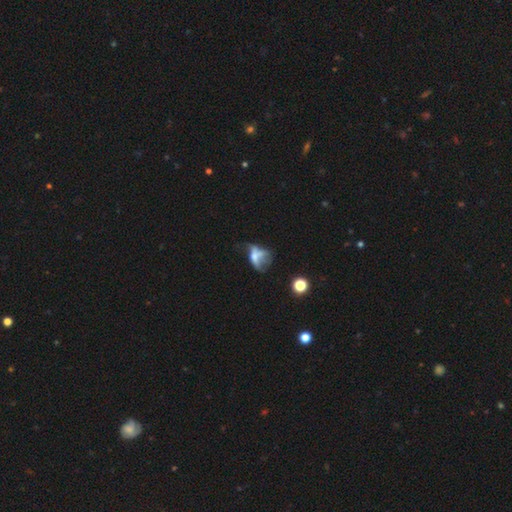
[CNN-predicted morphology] Smooth or featured: featured or disk — 44% (smooth — 39%)
Merging: major disturbance — 37% (none — 26%)